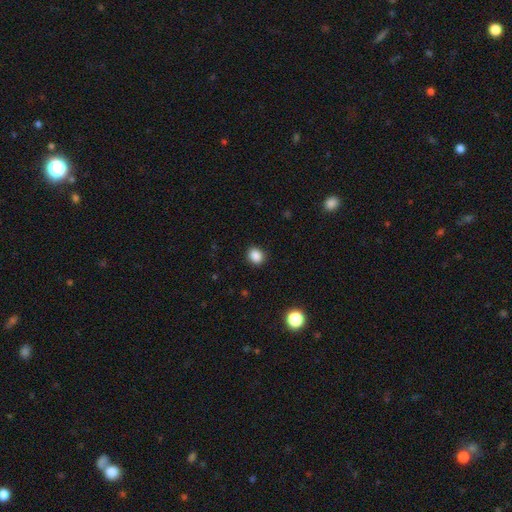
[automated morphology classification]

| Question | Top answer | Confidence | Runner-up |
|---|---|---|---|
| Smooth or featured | smooth | 87% | star or artifact (10%) |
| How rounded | round | 68% | in between (31%) |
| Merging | none | 90% | minor disturbance (7%) |